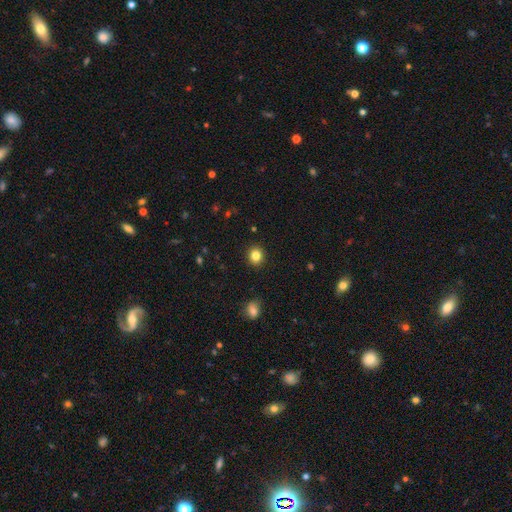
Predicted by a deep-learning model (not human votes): A smooth galaxy with no disk features (83%) that is round (85%).

Vote fractions:
- Smooth or featured? smooth: 83% / star or artifact: 11% / featured or disk: 5%
- How rounded? round: 85% / in between: 14% / cigar-shaped: 1%
- Merging? none: 92% / minor disturbance: 5% / major disturbance: 2% / merger: 1%